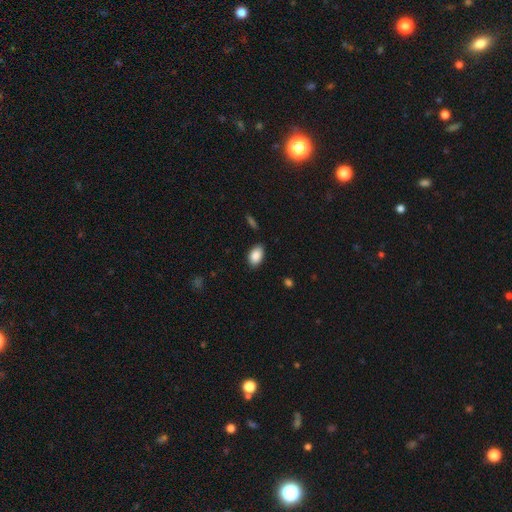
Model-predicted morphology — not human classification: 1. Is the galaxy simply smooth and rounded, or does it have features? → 88% smooth, 7% star or artifact, 5% featured or disk.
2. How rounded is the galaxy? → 92% in between, 7% round, 2% cigar-shaped.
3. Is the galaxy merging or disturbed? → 86% none, 11% minor disturbance, 2% major disturbance, 1% merger.